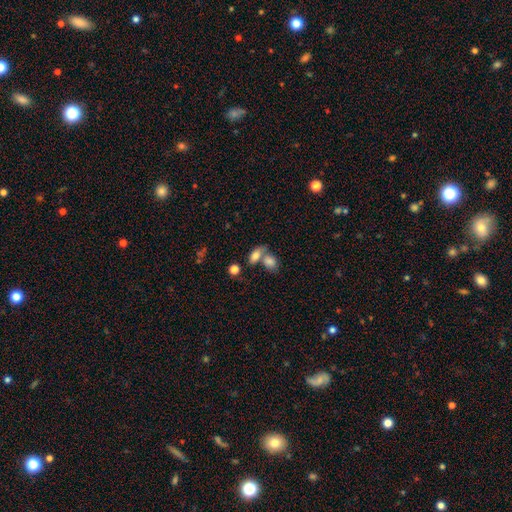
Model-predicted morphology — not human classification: Smooth or featured?
  - smooth: 79% *
  - featured or disk: 12%
  - star or artifact: 9%
How rounded?
  - in between: 82% *
  - round: 13%
  - cigar-shaped: 5%
Merging?
  - merger: 49% *
  - none: 36%
  - minor disturbance: 10%
  - major disturbance: 5%